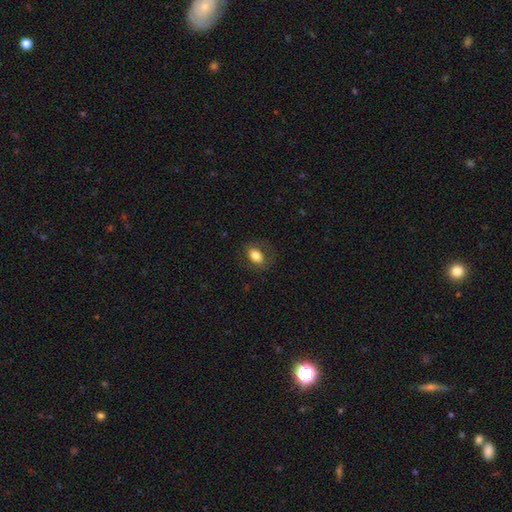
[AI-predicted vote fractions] Q: Smooth or featured?
A: smooth (76%); runner-up: featured or disk (16%)
Q: How rounded?
A: in between (81%); runner-up: round (18%)
Q: Merging?
A: none (78%); runner-up: minor disturbance (14%)